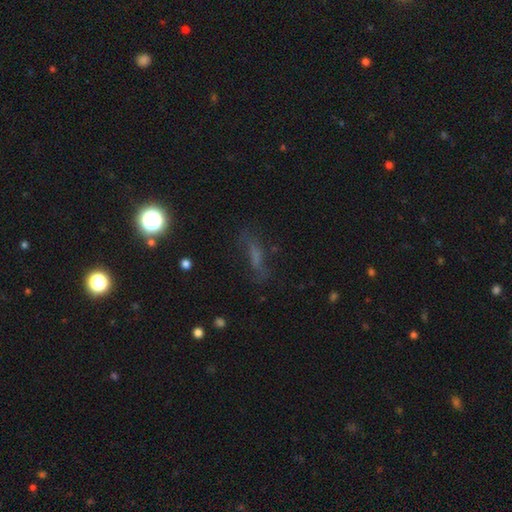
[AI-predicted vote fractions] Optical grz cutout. It shows a smooth galaxy with no disk features (40%). Merging: none (60%).